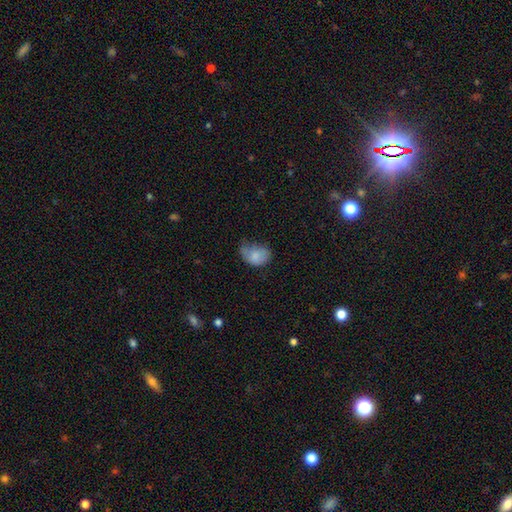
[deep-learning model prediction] smooth_or_featured: smooth (p=0.77) [alt: featured or disk p=0.14]
how_rounded: in between (p=0.75) [alt: round p=0.24]
merging: minor disturbance (p=0.43) [alt: none p=0.29]